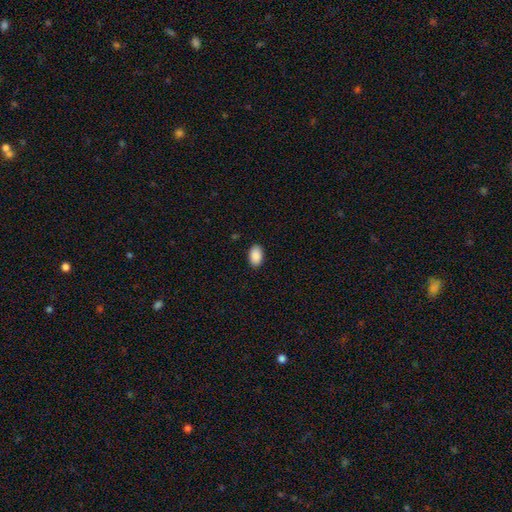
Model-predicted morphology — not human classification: Smooth or featured: smooth — 90% (star or artifact — 7%)
How rounded: in between — 92% (round — 7%)
Merging: none — 90% (minor disturbance — 7%)